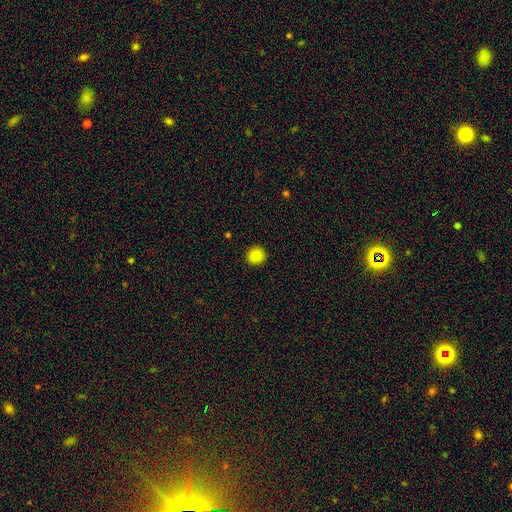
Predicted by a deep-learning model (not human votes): Q: Smooth or featured?
A: smooth (87%); runner-up: star or artifact (10%)
Q: How rounded?
A: round (93%); runner-up: in between (6%)
Q: Merging?
A: none (93%); runner-up: minor disturbance (5%)